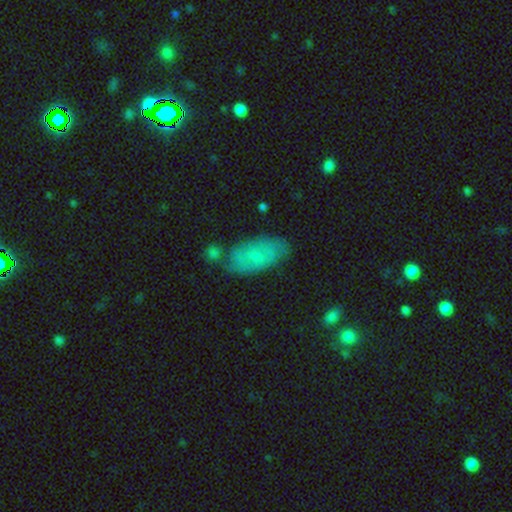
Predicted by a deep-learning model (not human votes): Smooth or featured? Predicted: smooth (p=0.65). How rounded? Predicted: in between (p=0.90). Merging? Predicted: none (p=0.70).